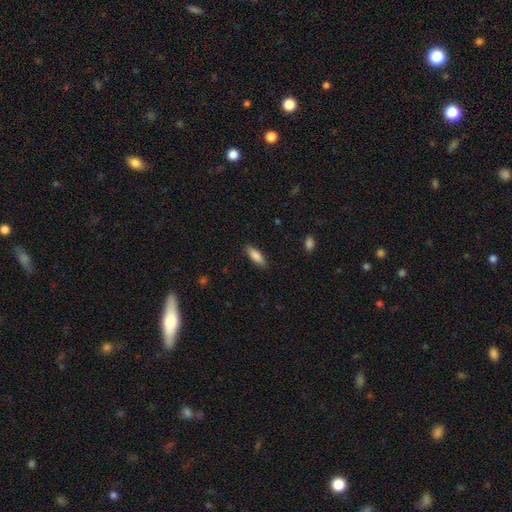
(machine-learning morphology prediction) Smooth or featured: smooth — 83% (featured or disk — 11%)
How rounded: in between — 54% (cigar-shaped — 44%)
Merging: none — 88% (minor disturbance — 9%)